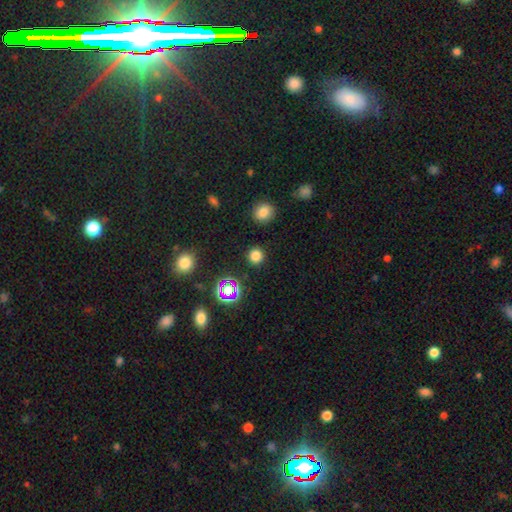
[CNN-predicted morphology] Smooth or featured? Predicted: smooth (p=0.75). How rounded? Predicted: round (p=0.92). Merging? Predicted: none (p=0.90).